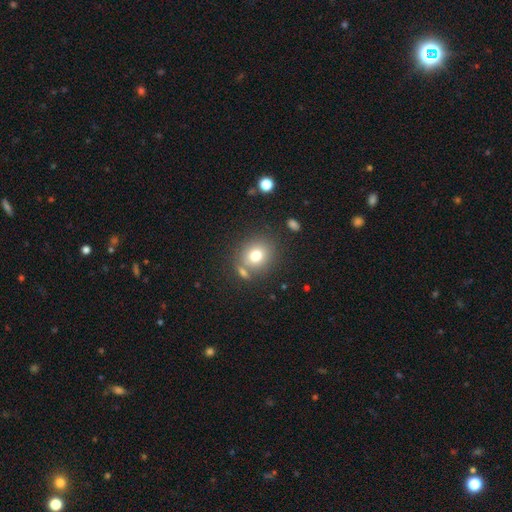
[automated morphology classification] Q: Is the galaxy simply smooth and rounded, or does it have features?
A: smooth — 76%.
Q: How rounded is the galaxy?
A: round — 77%.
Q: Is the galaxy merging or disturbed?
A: none — 70%.